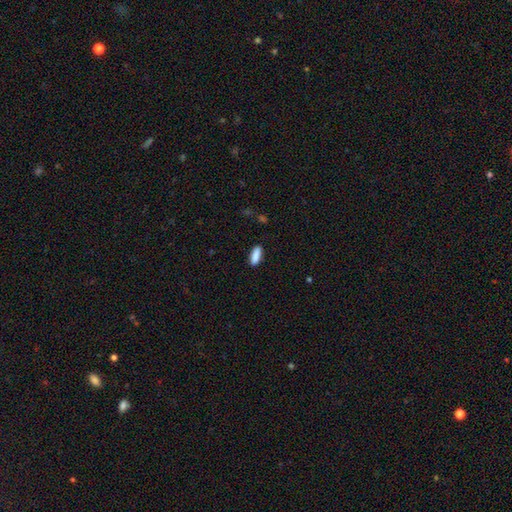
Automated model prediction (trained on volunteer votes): A smooth galaxy with no disk features (88%) that is in between round and cigar-shaped (59%).

Vote fractions:
- Smooth or featured? smooth: 88% / star or artifact: 7% / featured or disk: 5%
- How rounded? in between: 59% / cigar-shaped: 39% / round: 2%
- Merging? none: 87% / minor disturbance: 9% / major disturbance: 2% / merger: 1%